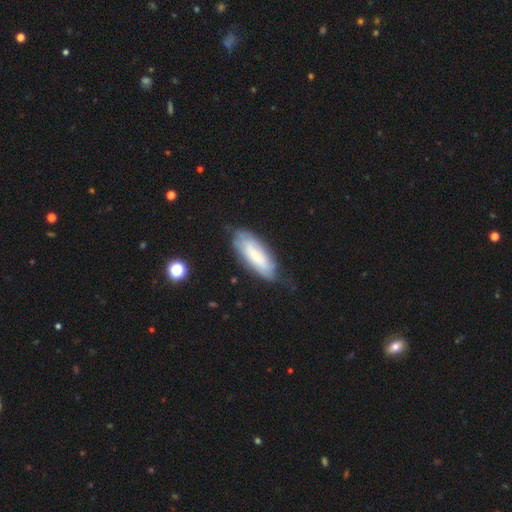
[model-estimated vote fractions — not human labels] smooth_or_featured: smooth (p=0.62) [alt: featured or disk p=0.31]
how_rounded: in between (p=0.71) [alt: cigar-shaped p=0.27]
merging: none (p=0.64) [alt: minor disturbance p=0.26]